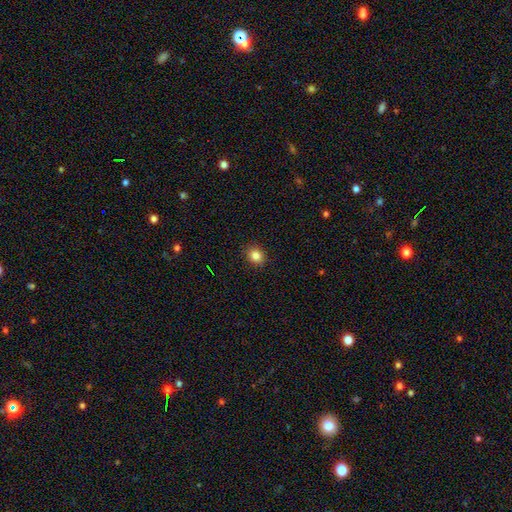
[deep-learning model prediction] Smooth or featured?
  - smooth: 84% *
  - star or artifact: 11%
  - featured or disk: 5%
How rounded?
  - round: 66% *
  - in between: 33%
  - cigar-shaped: 1%
Merging?
  - none: 91% *
  - minor disturbance: 7%
  - major disturbance: 2%
  - merger: 1%